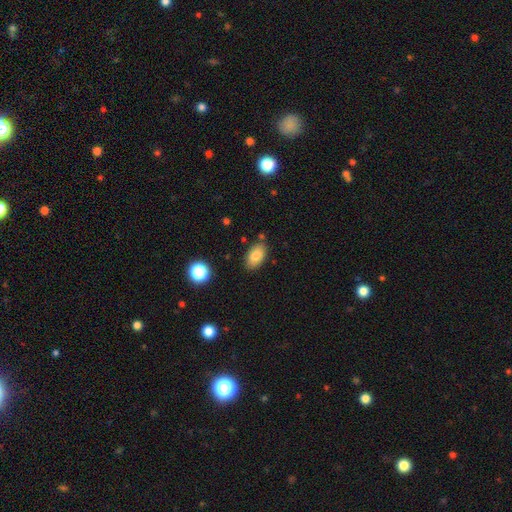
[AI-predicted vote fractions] This is clearly a smooth galaxy (83%). How rounded: clearly in between (92%). Merging: clearly none (82%).